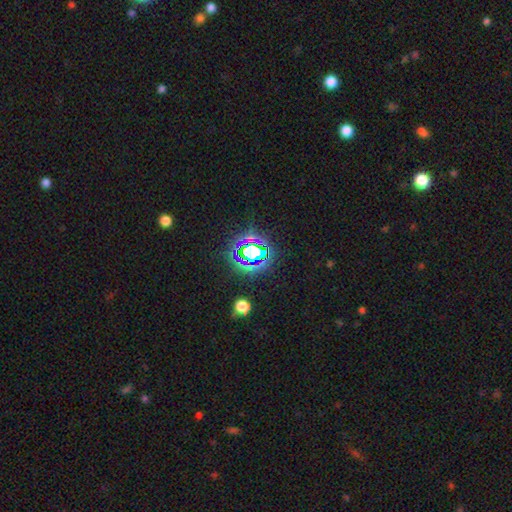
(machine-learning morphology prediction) A star or artifact, not a galaxy (69%).